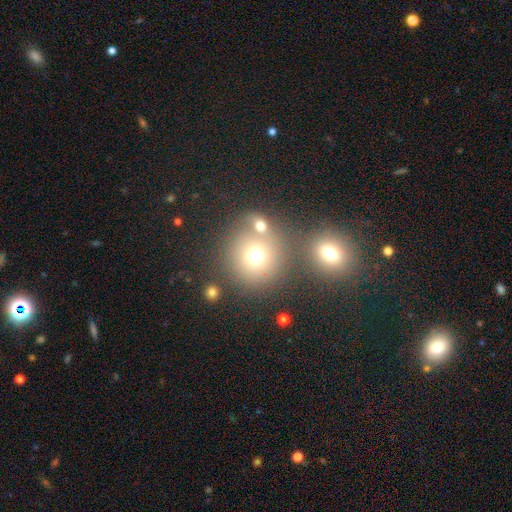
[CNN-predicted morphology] Smooth or featured? smooth (71%)
How rounded? round (90%)
Merging? none (58%)